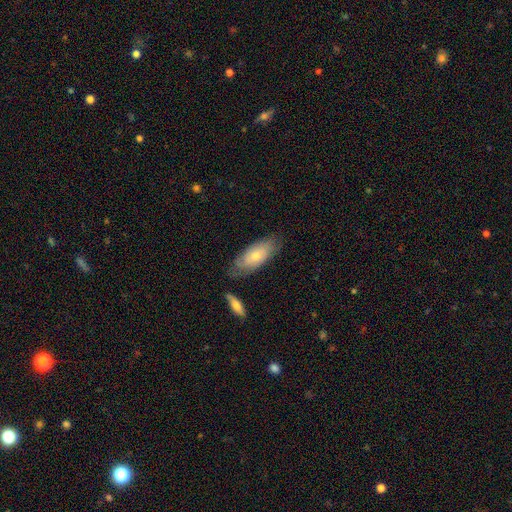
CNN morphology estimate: Overall: smooth (58%; featured or disk 36%). How rounded: in between (83%). Merging: none (69%).